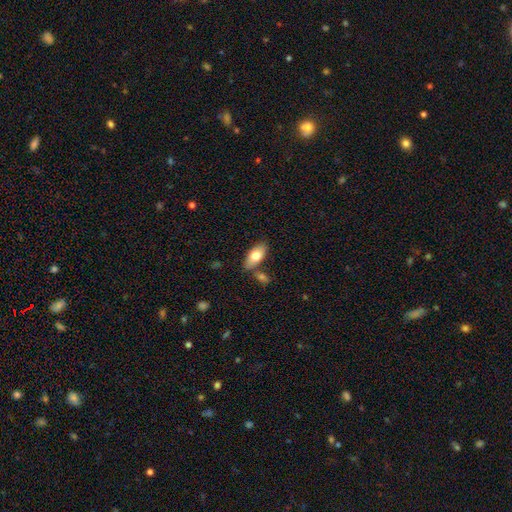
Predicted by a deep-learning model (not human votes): The model was most divided on "merging": none: 70%, merger: 14%, minor disturbance: 13%, major disturbance: 3%. More confident: how rounded — in between (89%); smooth or featured — smooth (75%).